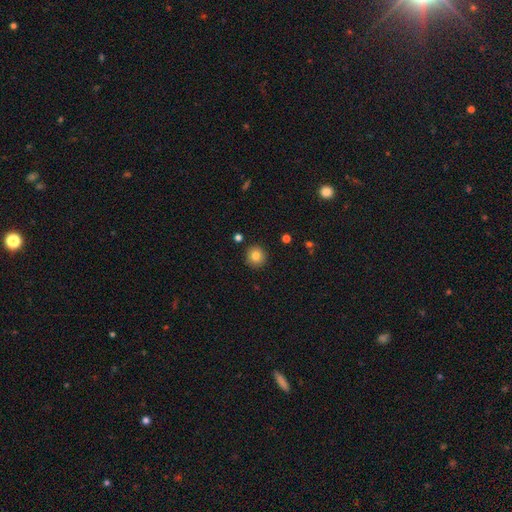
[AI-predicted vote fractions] A smooth galaxy with no disk features (81%) that is round (94%). Merging: none (91%).